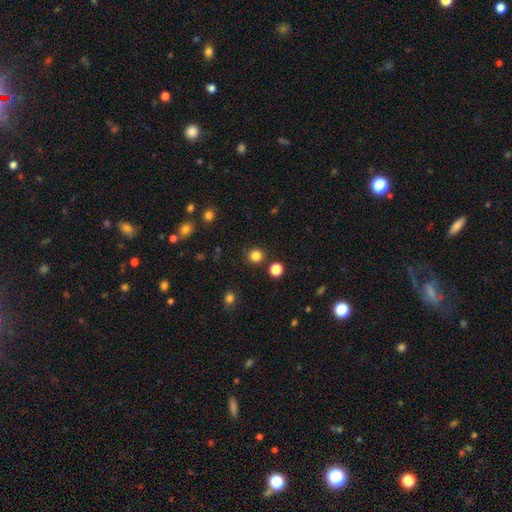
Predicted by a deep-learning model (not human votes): Overall: smooth (83%). How rounded: round (92%). Merging: none (88%).